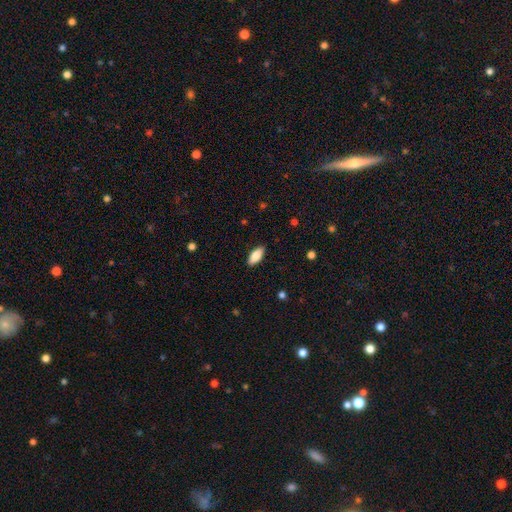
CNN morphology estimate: Overall: smooth (83%). How rounded: in between (83%). Merging: none (88%).